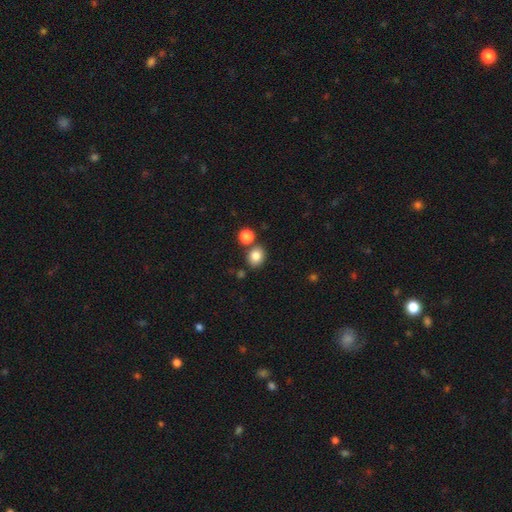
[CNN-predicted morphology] smooth 83%, star or artifact 11%, featured or disk 6%. Down the decision tree: how rounded — round (62%); merging — none (75%).